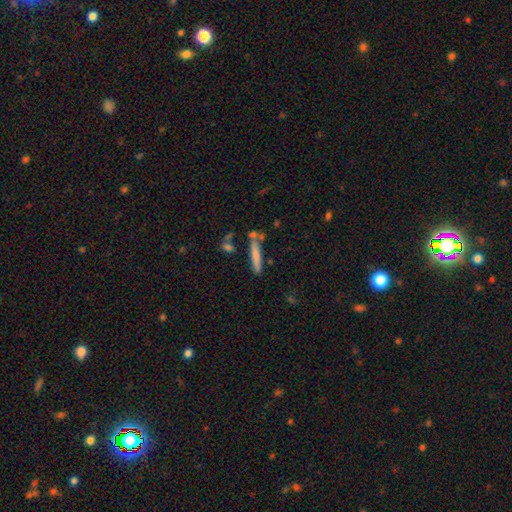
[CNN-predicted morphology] type=smooth (73%); roundness=cigar-shaped (92%); merging=none (71%).